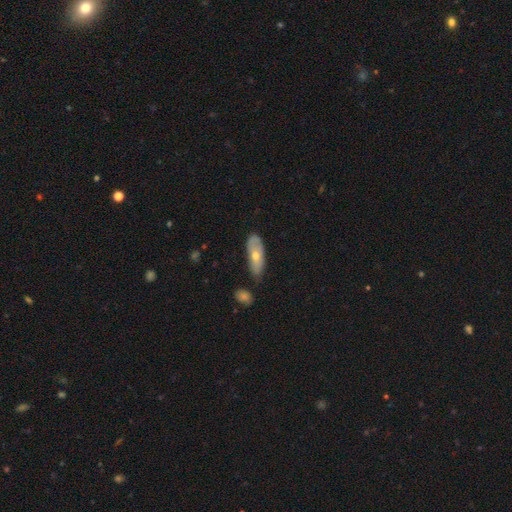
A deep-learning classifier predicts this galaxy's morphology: type=smooth (52%); roundness=in between (63%); merging=none (69%).